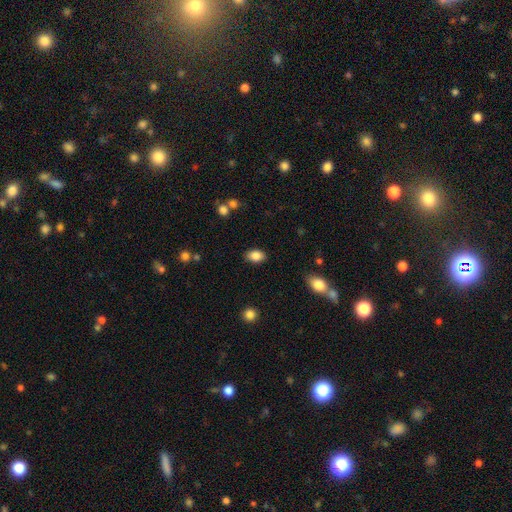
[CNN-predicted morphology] A smooth galaxy with no disk features (86%) that is in between round and cigar-shaped (85%).

Vote fractions:
- Smooth or featured? smooth: 86% / star or artifact: 8% / featured or disk: 6%
- How rounded? in between: 85% / round: 14% / cigar-shaped: 1%
- Merging? none: 86% / minor disturbance: 10% / major disturbance: 3% / merger: 2%